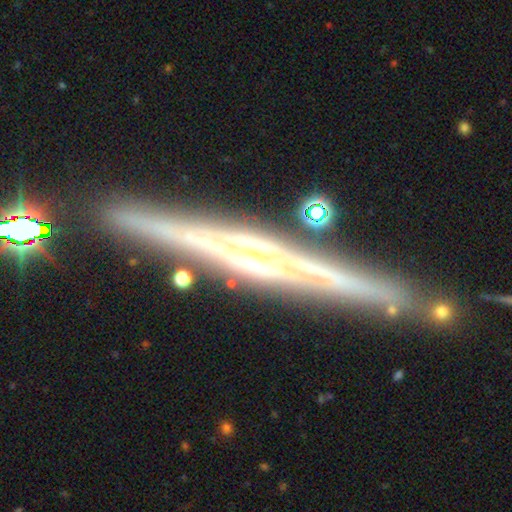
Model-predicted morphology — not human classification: smooth_or_featured: featured or disk (p=0.84) [alt: smooth p=0.09]
disk_edge_on: yes (p=0.98) [alt: no p=0.02]
edge_on_bulge: rounded (p=0.46) [alt: none p=0.33]
merging: none (p=0.88) [alt: minor disturbance p=0.08]